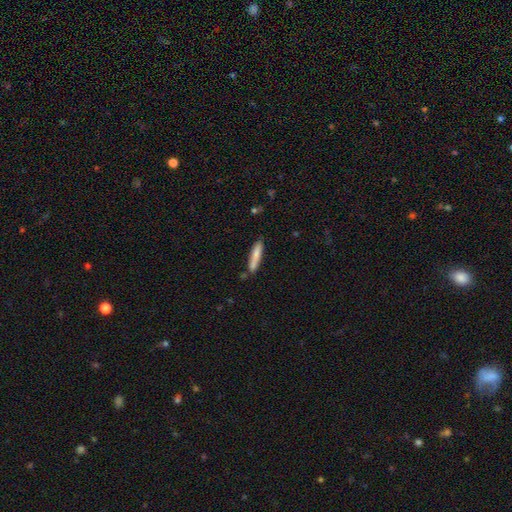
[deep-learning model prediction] Smooth or featured? smooth (79%)
How rounded? cigar-shaped (89%)
Merging? none (77%)